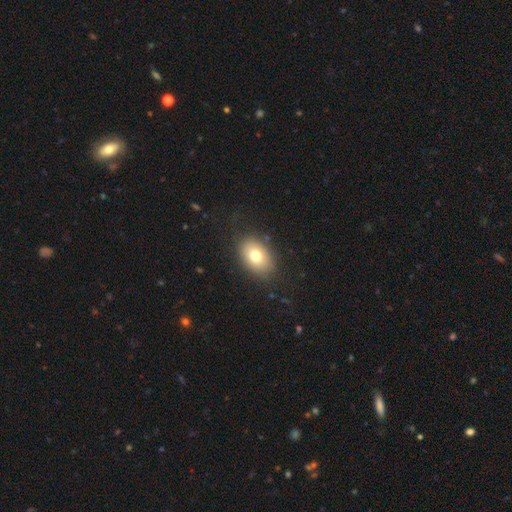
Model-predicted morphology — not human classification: A smooth galaxy with no disk features (75%) that is in between round and cigar-shaped (82%).

Vote fractions:
- Smooth or featured? smooth: 75% / featured or disk: 16% / star or artifact: 9%
- How rounded? in between: 82% / round: 17% / cigar-shaped: 1%
- Merging? none: 82% / minor disturbance: 12% / major disturbance: 4% / merger: 1%